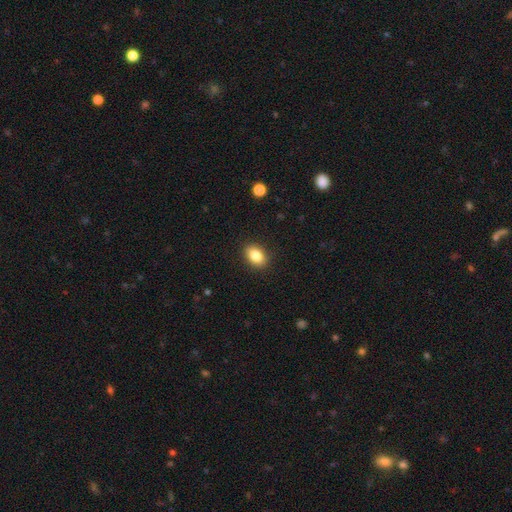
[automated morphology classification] Smooth or featured? Predicted: smooth (p=0.85). How rounded? Predicted: in between (p=0.84). Merging? Predicted: none (p=0.89).